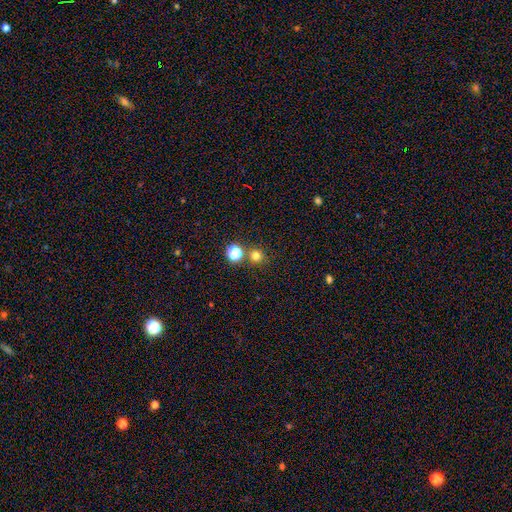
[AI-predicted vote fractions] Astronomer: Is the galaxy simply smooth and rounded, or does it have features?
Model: smooth — 75%.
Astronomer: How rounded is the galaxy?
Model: round — 91%.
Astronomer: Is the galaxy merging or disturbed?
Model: none — 77%.